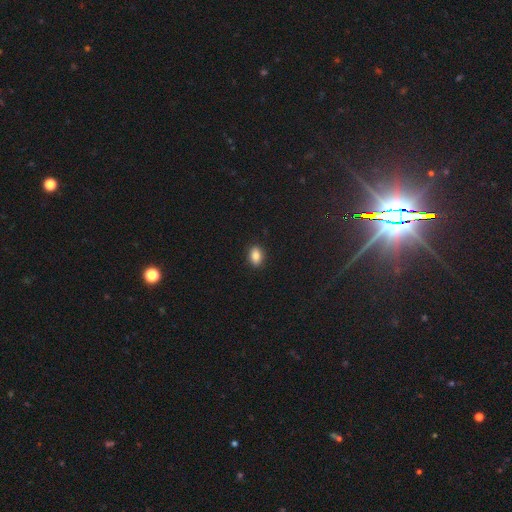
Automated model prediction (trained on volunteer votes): smooth-or-featured: smooth: 85% | star or artifact: 9% | featured or disk: 5%
  how-rounded: in between: 78% | round: 20% | cigar-shaped: 2%
  merging: none: 90% | minor disturbance: 8% | major disturbance: 2% | merger: 1%